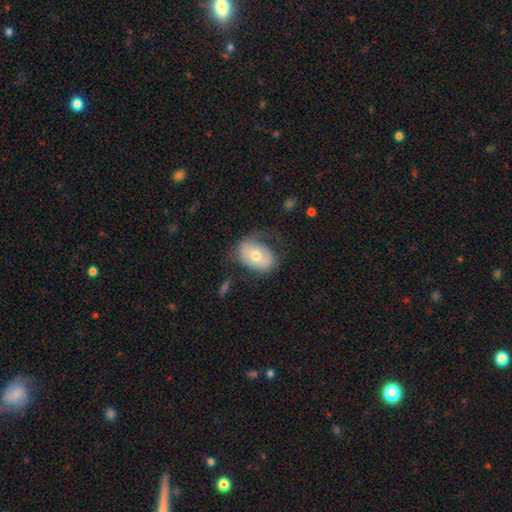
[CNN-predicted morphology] smooth 56%, featured or disk 37%, star or artifact 7%. Down the decision tree: how rounded — in between (81%); merging — none (54%).